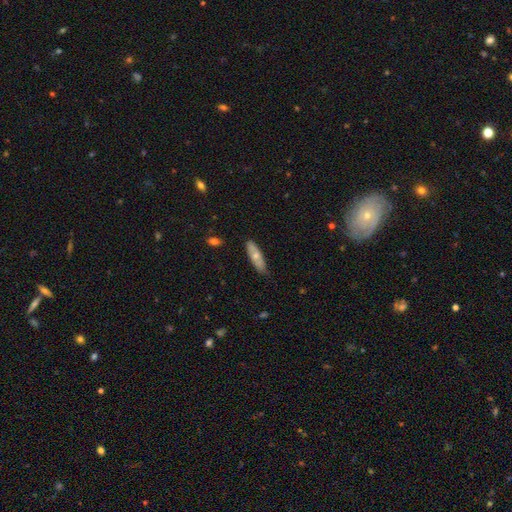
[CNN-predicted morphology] This is likely a smooth galaxy (60%). How rounded: possibly in between (52%). Merging: likely none (74%).